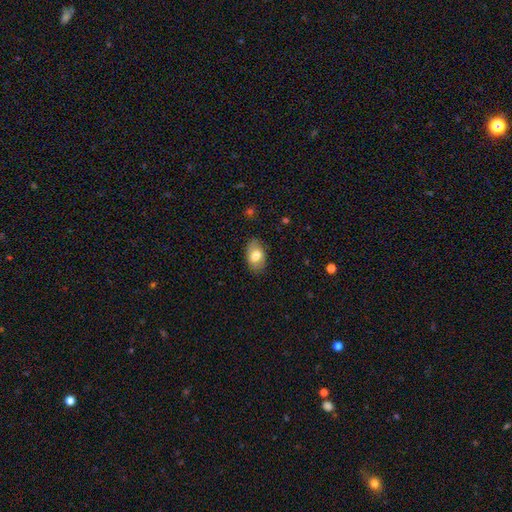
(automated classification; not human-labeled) Morphology: type=smooth (73%); roundness=in between (90%); merging=none (82%).